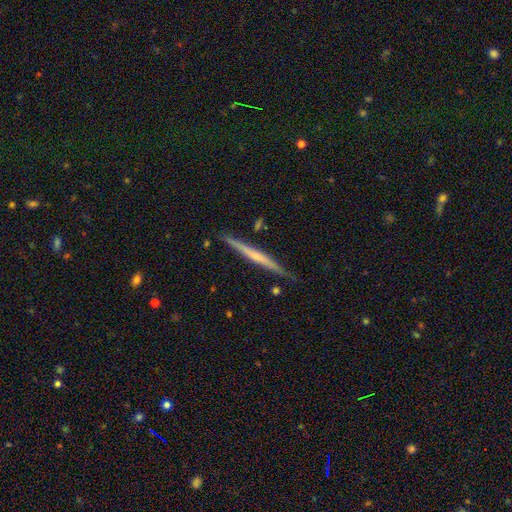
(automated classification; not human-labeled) smooth_or_featured: featured or disk (p=0.59) [alt: smooth p=0.36]
disk_edge_on: yes (p=0.98) [alt: no p=0.02]
edge_on_bulge: none (p=0.69) [alt: rounded p=0.24]
merging: none (p=0.86) [alt: minor disturbance p=0.10]